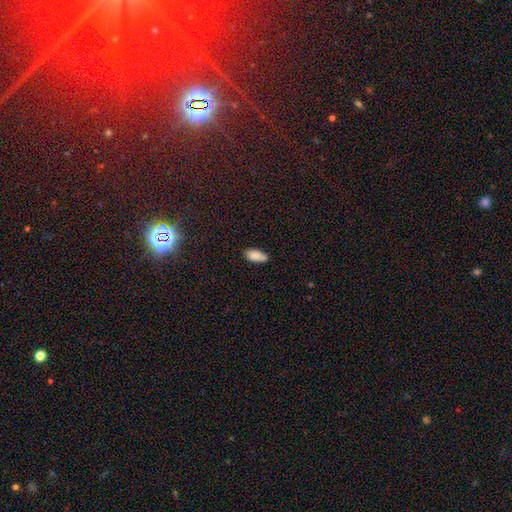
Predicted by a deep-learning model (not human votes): Smooth or featured: smooth — 87% (star or artifact — 7%)
How rounded: in between — 89% (cigar-shaped — 9%)
Merging: none — 77% (minor disturbance — 18%)